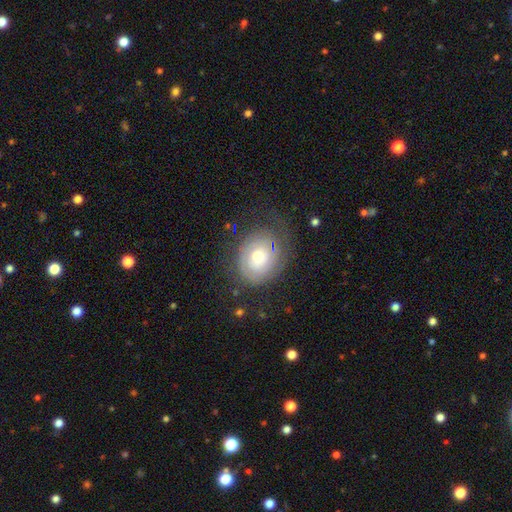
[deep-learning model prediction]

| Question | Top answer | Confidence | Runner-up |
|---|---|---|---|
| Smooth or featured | featured or disk | 50% | smooth (42%) |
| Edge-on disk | no | 96% | yes (4%) |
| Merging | none | 58% | minor disturbance (23%) |